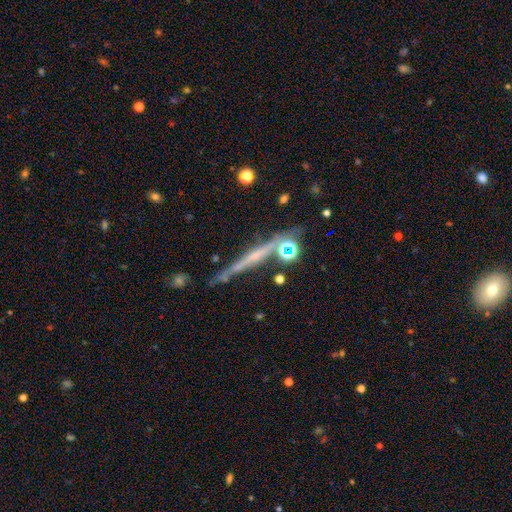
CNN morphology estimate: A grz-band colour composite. It shows a featured or disk galaxy (62%) viewed edge-on (94%) with no central bulge (60%). Merging: none (73%).